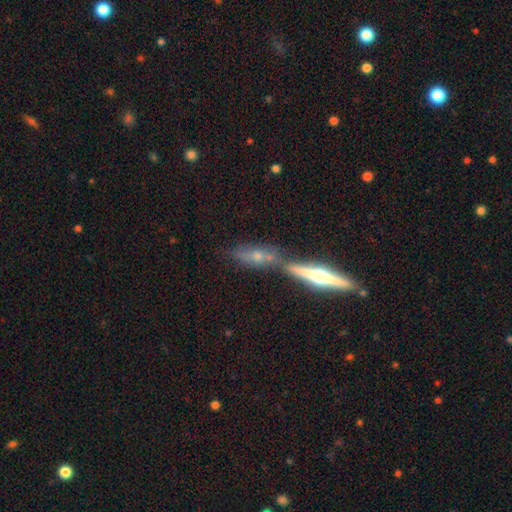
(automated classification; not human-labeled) Overall: featured or disk (46%; smooth 44%). Merging: none (43%; merger 40%).